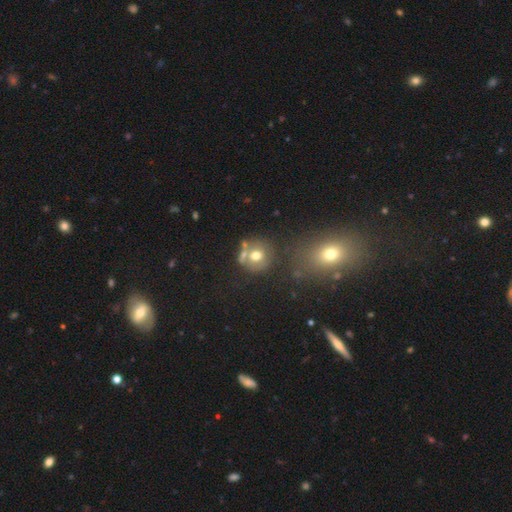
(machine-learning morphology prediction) The model was most divided on "merging": none: 53%, merger: 27%, minor disturbance: 14%, major disturbance: 7%. More confident: how rounded — round (84%); smooth or featured — smooth (65%).